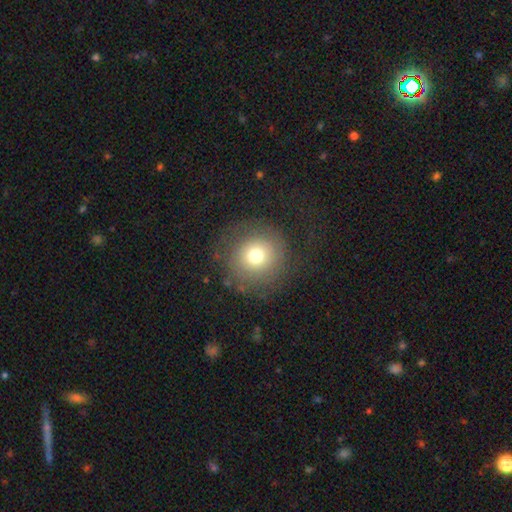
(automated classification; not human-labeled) A smooth galaxy with no disk features (67%) that is round (93%).

Vote fractions:
- Smooth or featured? smooth: 67% / featured or disk: 20% / star or artifact: 13%
- How rounded? round: 93% / in between: 6% / cigar-shaped: 1%
- Merging? none: 76% / minor disturbance: 12% / major disturbance: 11% / merger: 1%